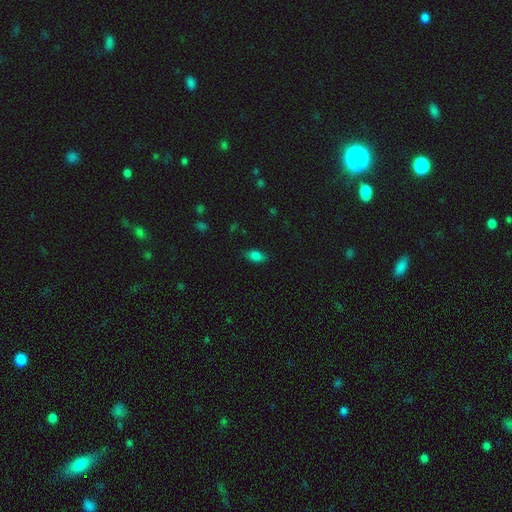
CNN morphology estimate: smooth-or-featured: smooth: 81% | star or artifact: 12% | featured or disk: 7%
  how-rounded: in between: 90% | cigar-shaped: 5% | round: 5%
  merging: none: 81% | minor disturbance: 15% | major disturbance: 3% | merger: 1%